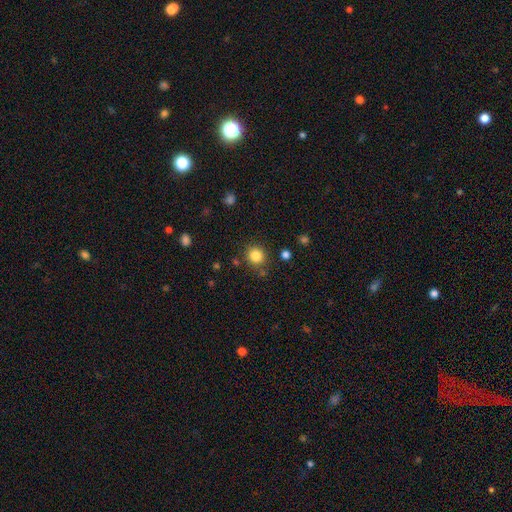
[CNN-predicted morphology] This appears to be a smooth galaxy with no disk features (84%) that is round (90%). Merging: none (83%).